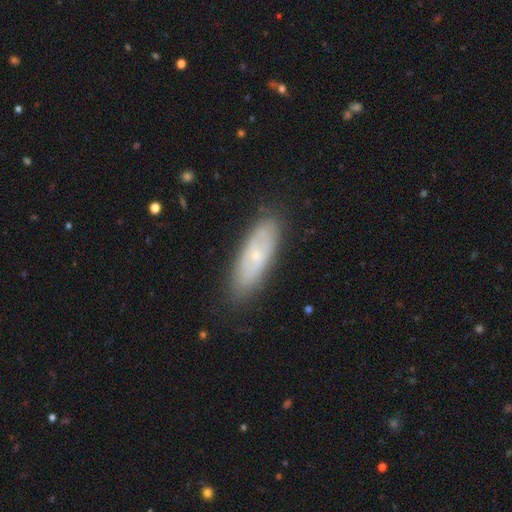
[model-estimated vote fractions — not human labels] smooth 49%, featured or disk 44%, star or artifact 7%. Down the decision tree: merging — none (81%).